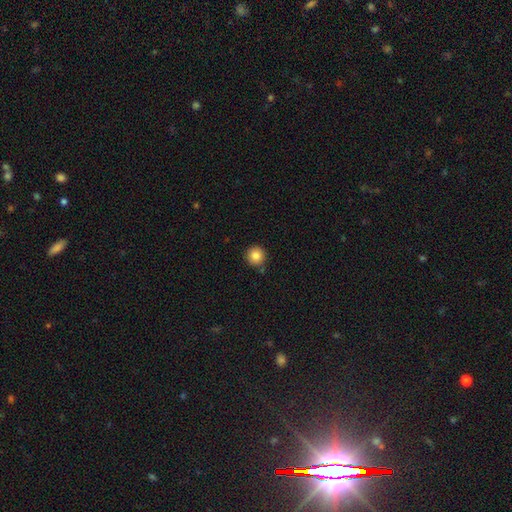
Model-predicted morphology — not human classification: Smooth or featured? smooth (85%)
How rounded? round (95%)
Merging? none (86%)